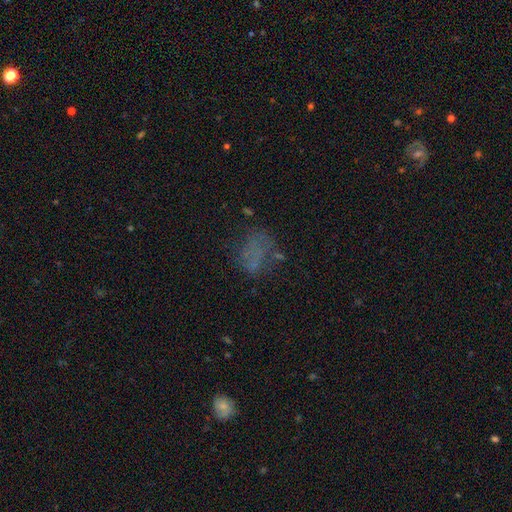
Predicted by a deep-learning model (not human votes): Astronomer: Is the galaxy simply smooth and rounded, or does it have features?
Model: smooth — 47% (runner-up: featured or disk, 30%).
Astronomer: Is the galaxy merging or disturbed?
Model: none — 50%.